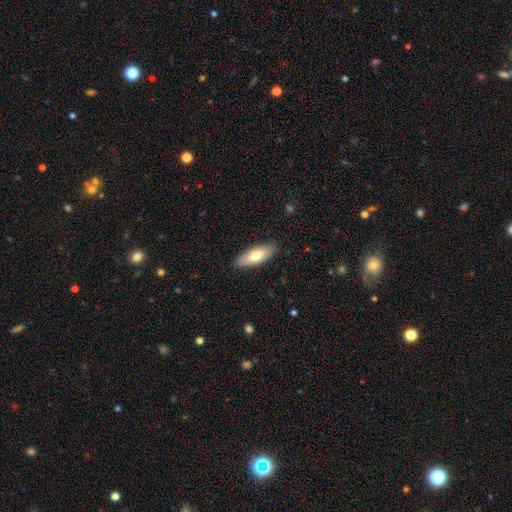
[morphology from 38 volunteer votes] A smooth galaxy with no disk features (74%) that is in between round and cigar-shaped (89%).

Vote fractions:
- Smooth or featured? smooth: 74% / featured or disk: 24% / star or artifact: 3%
- How rounded? in between: 89% / cigar-shaped: 11% / round: 0%
- Merging? none: 78% / minor disturbance: 19% / major disturbance: 3% / merger: 0%